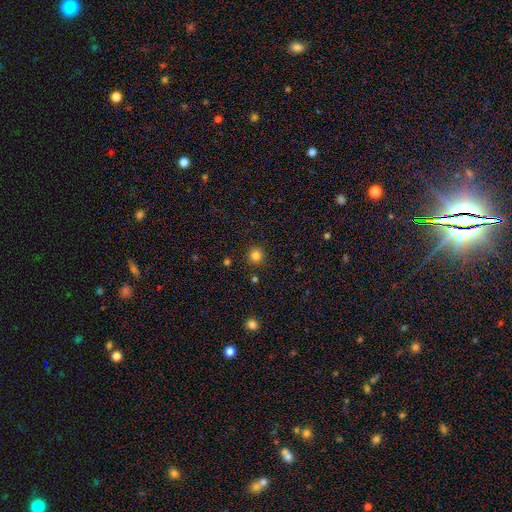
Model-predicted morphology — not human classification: Smooth or featured? smooth (82%)
How rounded? round (95%)
Merging? none (91%)